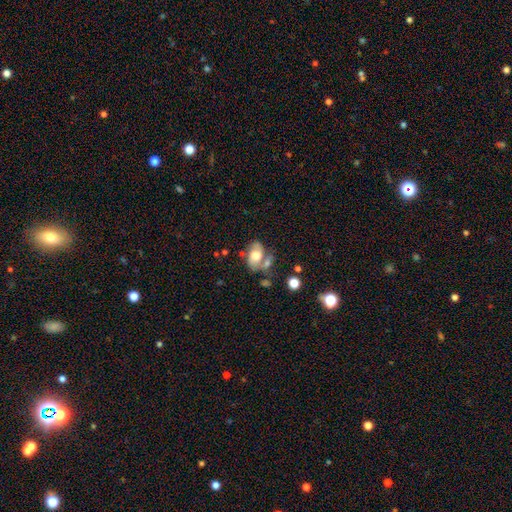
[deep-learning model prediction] smooth-or-featured: smooth: 50% | featured or disk: 42% | star or artifact: 8%
  how-rounded: in between: 83% | round: 15% | cigar-shaped: 2%
  merging: none: 43% | merger: 25% | minor disturbance: 21% | major disturbance: 11%